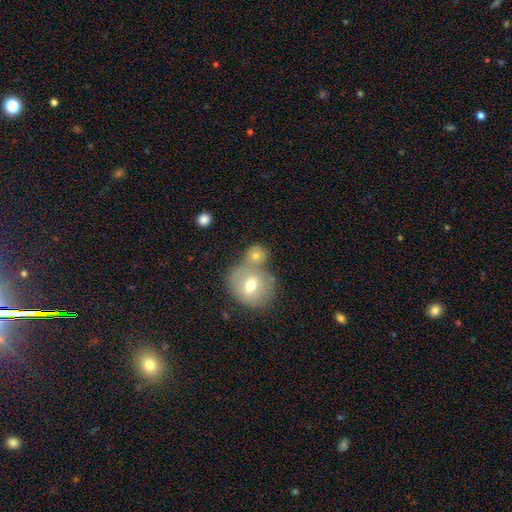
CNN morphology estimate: Smooth or featured?
  - smooth: 72% *
  - featured or disk: 19%
  - star or artifact: 9%
How rounded?
  - round: 76% *
  - in between: 22%
  - cigar-shaped: 1%
Merging?
  - merger: 51% *
  - none: 35%
  - minor disturbance: 9%
  - major disturbance: 4%